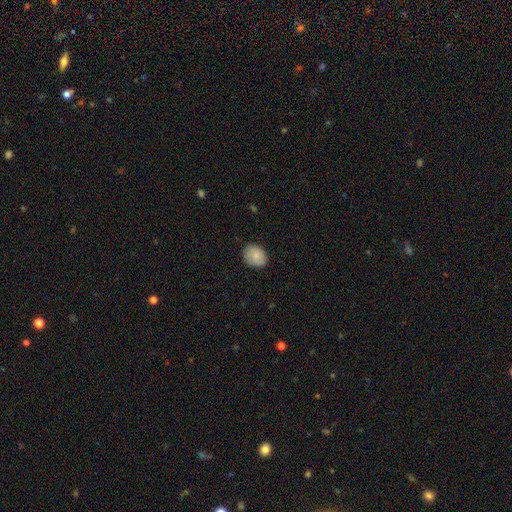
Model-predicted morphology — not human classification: Smooth or featured?
  - smooth: 86% *
  - featured or disk: 7%
  - star or artifact: 7%
How rounded?
  - in between: 65% *
  - round: 34%
  - cigar-shaped: 1%
Merging?
  - none: 83% *
  - minor disturbance: 14%
  - major disturbance: 3%
  - merger: 1%